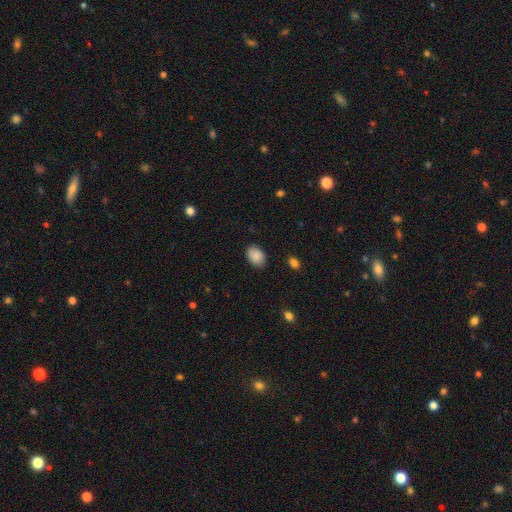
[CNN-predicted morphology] This is clearly a smooth galaxy (88%). How rounded: likely in between (77%). Merging: clearly none (86%).